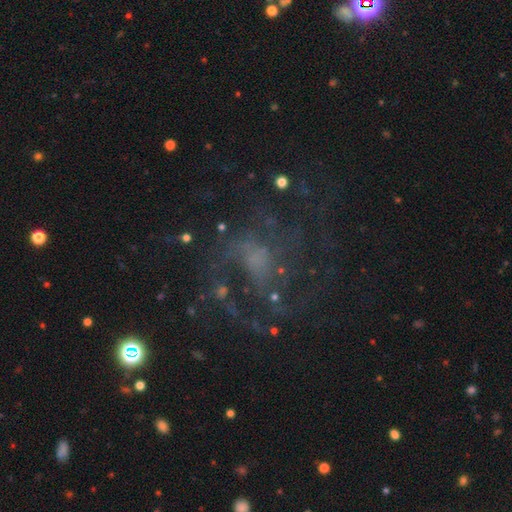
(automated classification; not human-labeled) smooth_or_featured: featured or disk (p=0.58) [alt: star or artifact p=0.22]
disk_edge_on: no (p=0.98) [alt: yes p=0.02]
bar: no (p=0.68) [alt: weak p=0.25]
has_spiral_arms: yes (p=0.70) [alt: no p=0.30]
bulge_size: none (p=0.44) [alt: small p=0.34]
merging: none (p=0.45) [alt: major disturbance p=0.34]